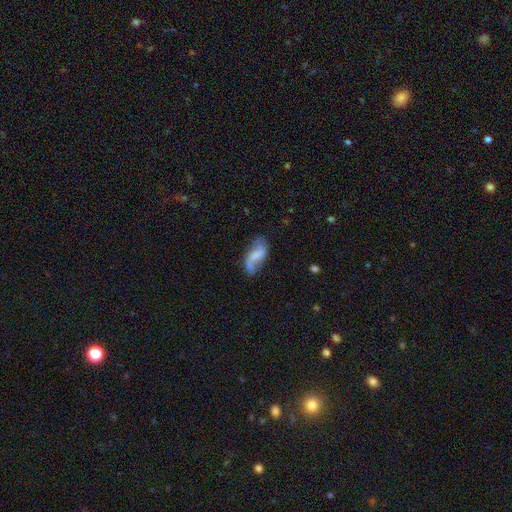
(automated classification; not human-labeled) Smooth or featured? Predicted: featured or disk (p=0.59). Edge-on disk? Predicted: no (p=0.94). Bar? Predicted: weak (p=0.46). Spiral arms? Predicted: yes (p=0.84). Bulge size? Predicted: small (p=0.35). Merging? Predicted: none (p=0.56).